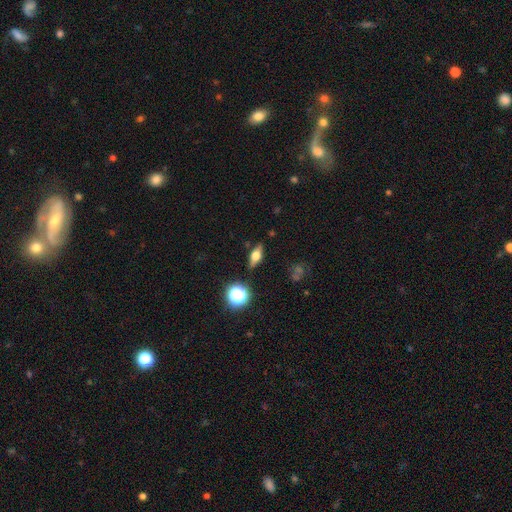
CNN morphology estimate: A smooth galaxy with no disk features (49%). Merging: none (87%).